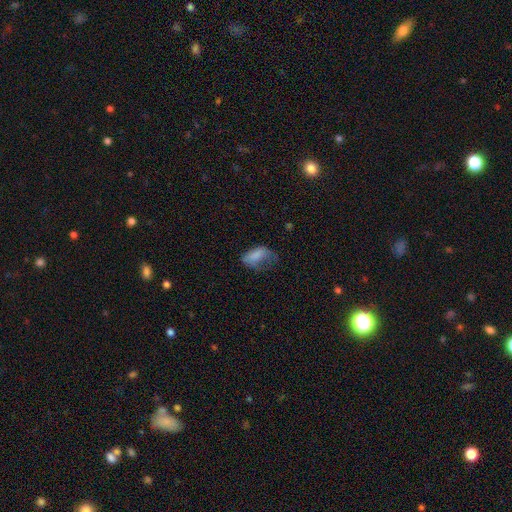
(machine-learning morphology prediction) smooth 75%, featured or disk 16%, star or artifact 9%. Down the decision tree: how rounded — in between (90%); merging — major disturbance (41%).